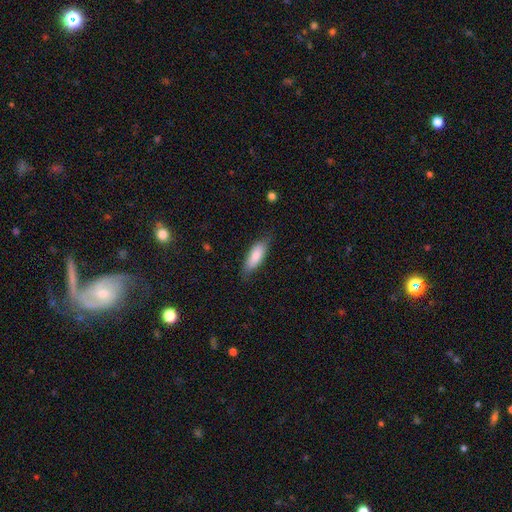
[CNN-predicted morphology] smooth 81%, featured or disk 14%, star or artifact 6%. Down the decision tree: how rounded — in between (64%); merging — none (78%).